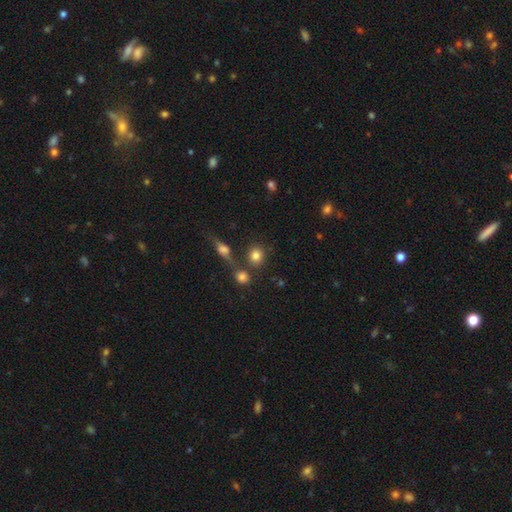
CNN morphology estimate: Smooth or featured?
  - smooth: 80% *
  - star or artifact: 11%
  - featured or disk: 9%
How rounded?
  - round: 80% *
  - in between: 18%
  - cigar-shaped: 2%
Merging?
  - none: 69% *
  - merger: 17%
  - minor disturbance: 9%
  - major disturbance: 4%